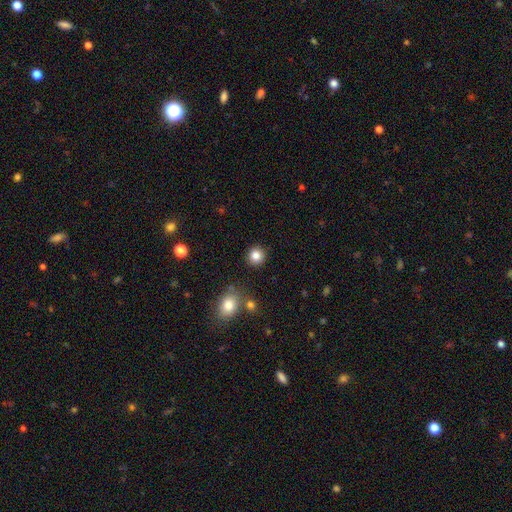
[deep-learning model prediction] Morphology: type=smooth (85%); roundness=round (91%); merging=none (90%).